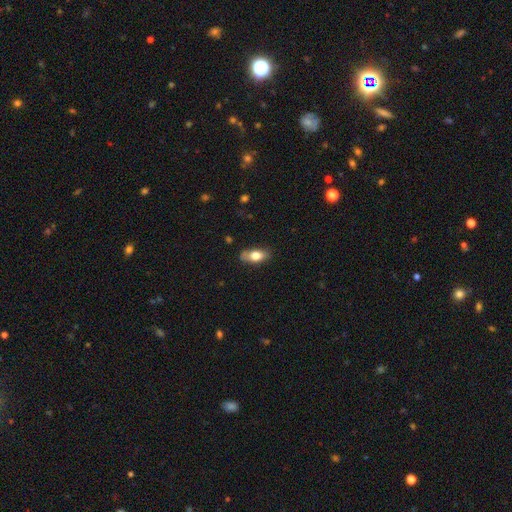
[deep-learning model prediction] Morphology: type=smooth (72%); roundness=in between (83%); merging=none (78%).